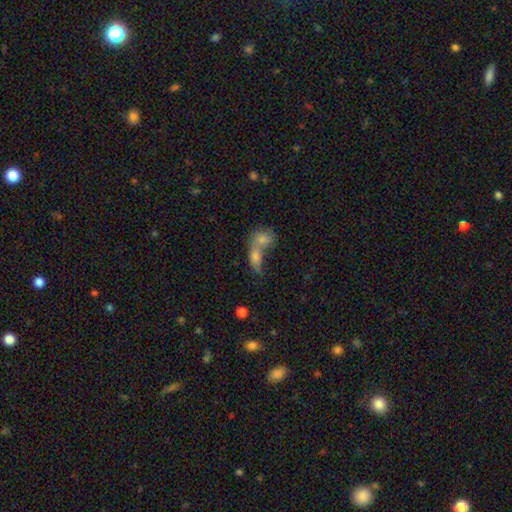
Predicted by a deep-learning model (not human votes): smooth-or-featured: smooth: 66% | featured or disk: 20% | star or artifact: 14%
  how-rounded: in between: 72% | round: 17% | cigar-shaped: 11%
  merging: merger: 68% | none: 20% | minor disturbance: 7% | major disturbance: 6%